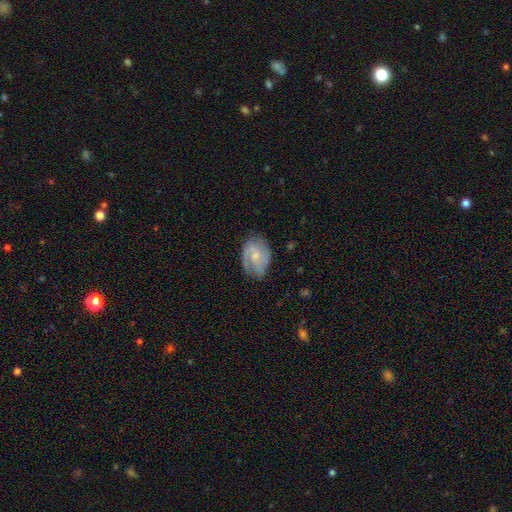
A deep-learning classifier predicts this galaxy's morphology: Q: Smooth or featured?
A: featured or disk (66%); runner-up: smooth (27%)
Q: Edge-on disk?
A: no (97%); runner-up: yes (3%)
Q: Bar?
A: no (60%); runner-up: weak (35%)
Q: Spiral arms?
A: yes (90%); runner-up: no (10%)
Q: Spiral winding?
A: medium (44%); runner-up: tight (38%)
Q: Spiral arm count?
A: 2 (52%); runner-up: can't tell (22%)
Q: Bulge size?
A: small (55%); runner-up: moderate (36%)
Q: Merging?
A: none (68%); runner-up: minor disturbance (23%)